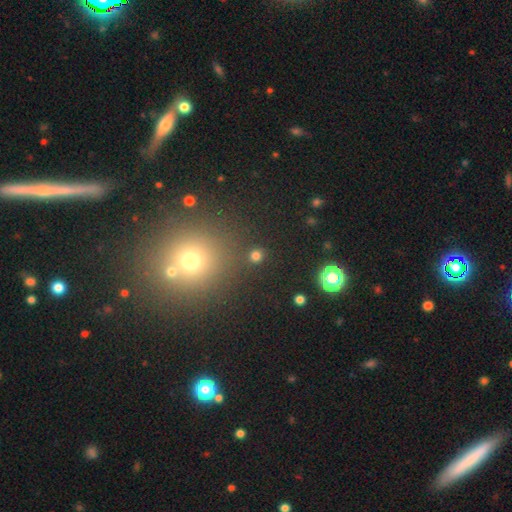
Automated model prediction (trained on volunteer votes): The model was most divided on "smooth or featured": smooth: 76%, star or artifact: 19%, featured or disk: 5%. More confident: how rounded — round (88%); merging — none (84%).